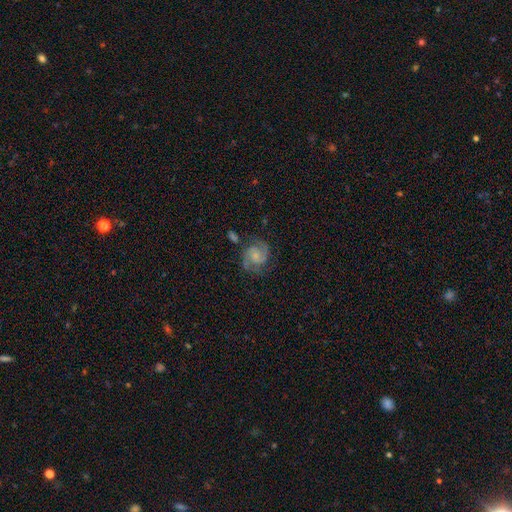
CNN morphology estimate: Smooth or featured? Predicted: featured or disk (p=0.87). Edge-on disk? Predicted: no (p=0.98). Bar? Predicted: no (p=0.62). Spiral arms? Predicted: yes (p=0.98). Spiral winding? Predicted: medium (p=0.54). Spiral arm count? Predicted: 2 (p=0.90). Bulge size? Predicted: small (p=0.56). Merging? Predicted: none (p=0.73).